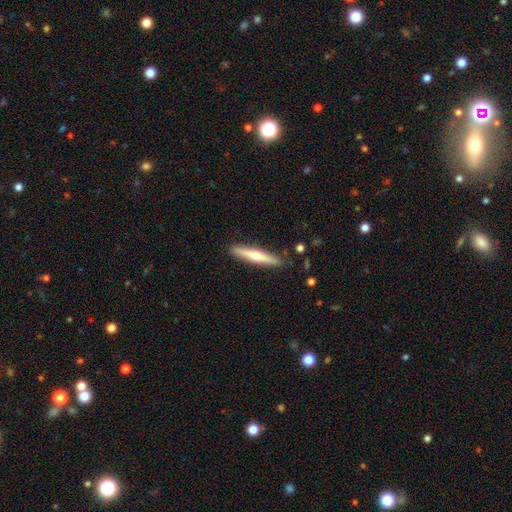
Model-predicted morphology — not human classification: The model was most divided on "smooth or featured": smooth: 49%, featured or disk: 46%, star or artifact: 6%. More confident: merging — none (89%).